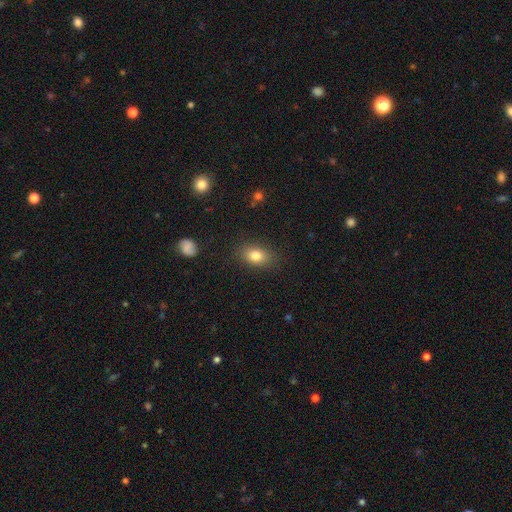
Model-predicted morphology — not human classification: type=smooth (81%); roundness=in between (77%); merging=none (85%).